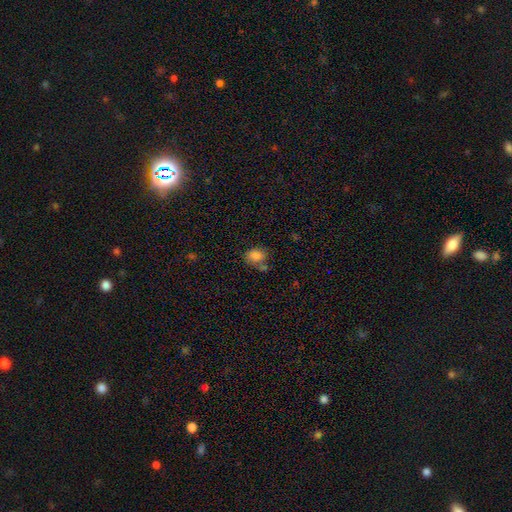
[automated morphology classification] Smooth or featured? Predicted: smooth (p=0.83). How rounded? Predicted: in between (p=0.62). Merging? Predicted: none (p=0.56).